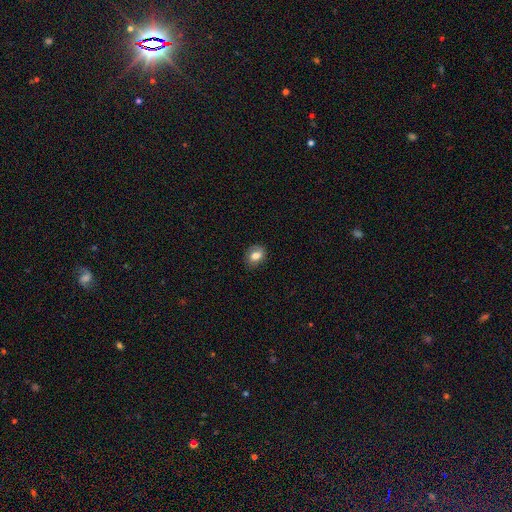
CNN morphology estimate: smooth-or-featured: smooth: 76% | featured or disk: 16% | star or artifact: 9%
  how-rounded: in between: 62% | round: 37% | cigar-shaped: 1%
  merging: none: 80% | minor disturbance: 15% | major disturbance: 4% | merger: 1%